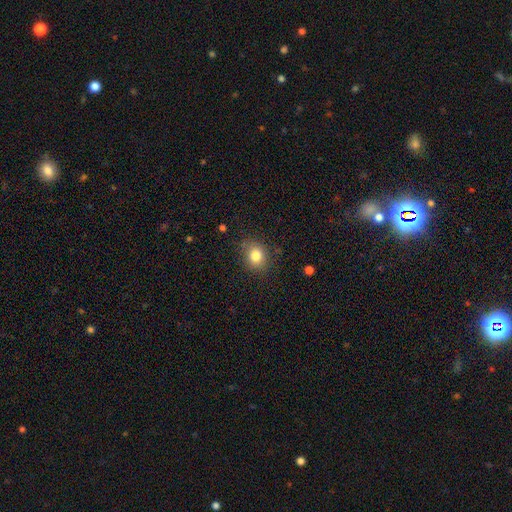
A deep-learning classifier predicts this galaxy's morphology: A smooth galaxy with no disk features (82%) that is round (67%).

Vote fractions:
- Smooth or featured? smooth: 82% / star or artifact: 11% / featured or disk: 8%
- How rounded? round: 67% / in between: 32% / cigar-shaped: 1%
- Merging? none: 80% / minor disturbance: 15% / major disturbance: 4% / merger: 2%